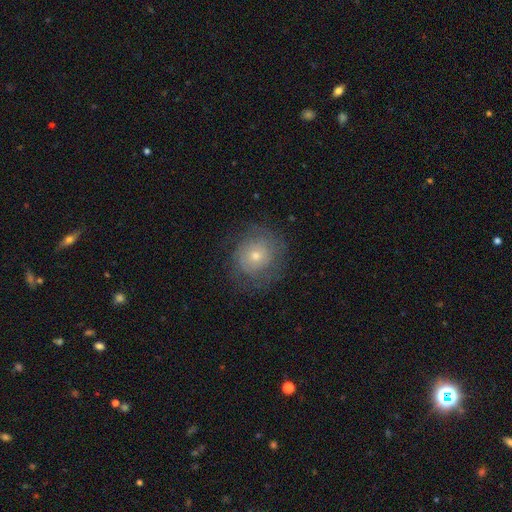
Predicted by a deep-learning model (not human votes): Smooth or featured? featured or disk (47%)
Merging? none (75%)